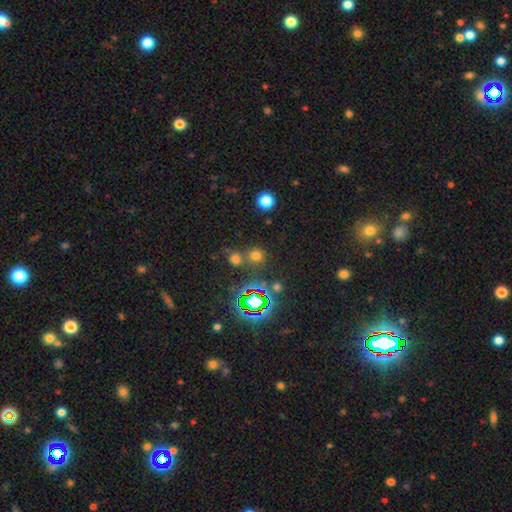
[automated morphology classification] Smooth or featured: smooth — 60% (star or artifact — 33%)
How rounded: round — 88% (in between — 11%)
Merging: none — 67% (merger — 21%)